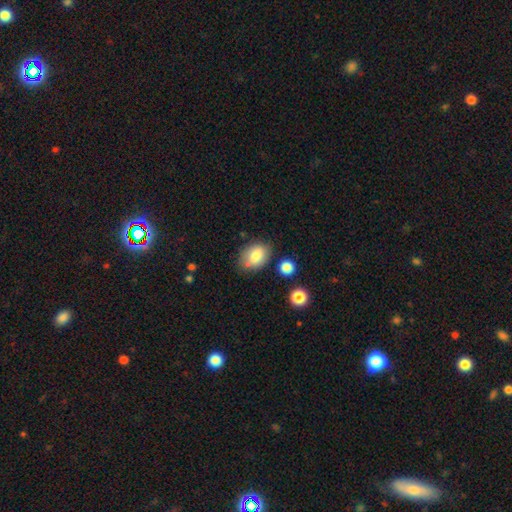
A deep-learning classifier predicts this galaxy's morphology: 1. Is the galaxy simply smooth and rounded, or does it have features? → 79% smooth, 13% featured or disk, 8% star or artifact.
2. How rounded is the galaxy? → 78% in between, 20% round, 1% cigar-shaped.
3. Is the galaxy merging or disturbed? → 70% none, 19% minor disturbance, 7% merger, 4% major disturbance.